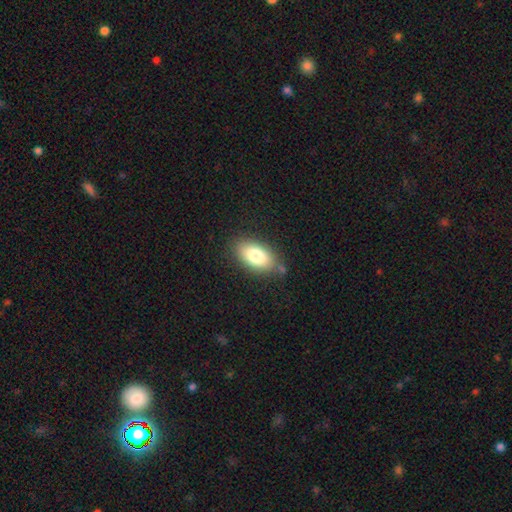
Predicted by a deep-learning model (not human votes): Smooth or featured: smooth — 82% (featured or disk — 11%)
How rounded: in between — 93% (round — 4%)
Merging: none — 77% (minor disturbance — 15%)